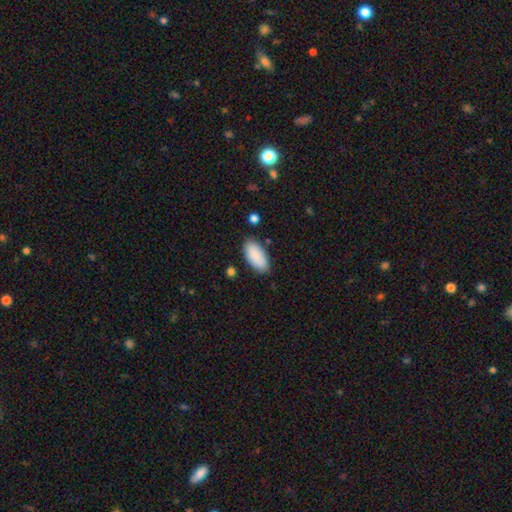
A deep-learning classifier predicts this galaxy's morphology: type=smooth (89%); roundness=in between (93%); merging=none (82%).